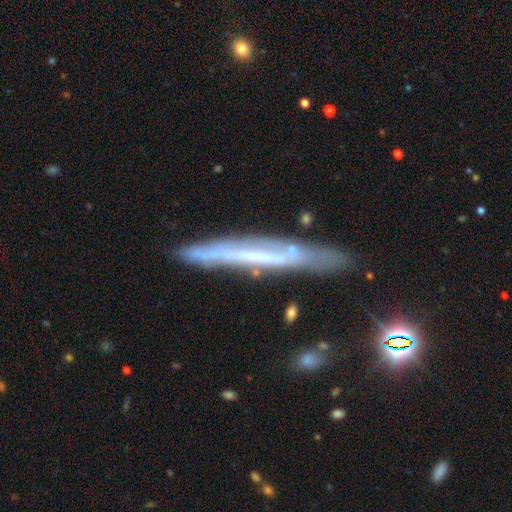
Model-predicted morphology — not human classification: The model was most divided on "smooth or featured": featured or disk: 66%, smooth: 24%, star or artifact: 9%. More confident: edge-on disk — yes (81%); edge-on bulge — none (80%); merging — none (75%).